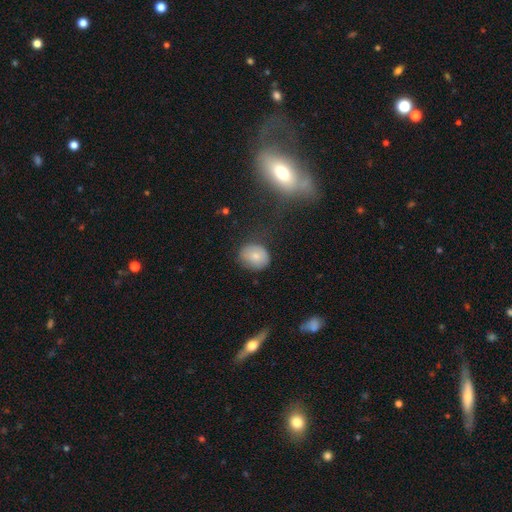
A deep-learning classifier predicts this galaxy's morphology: smooth-or-featured: smooth: 78% | featured or disk: 13% | star or artifact: 9%
  how-rounded: round: 51% | in between: 48% | cigar-shaped: 1%
  merging: none: 72% | minor disturbance: 21% | major disturbance: 5% | merger: 2%